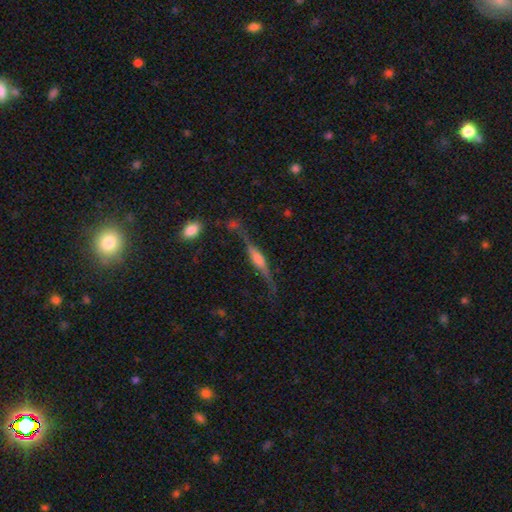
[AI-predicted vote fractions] Morphology: type=featured or disk (78%); edge-on=yes (95%); edge-on bulge=rounded (72%); merging=none (71%).